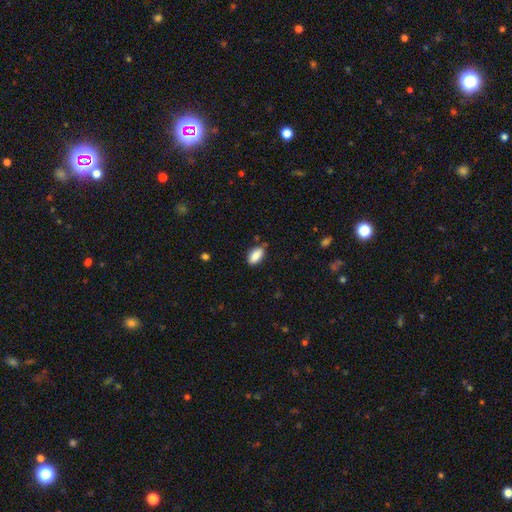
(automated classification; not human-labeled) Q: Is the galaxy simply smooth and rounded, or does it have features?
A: smooth — 86%.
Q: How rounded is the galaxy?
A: in between — 91%.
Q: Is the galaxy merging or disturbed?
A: none — 78%.